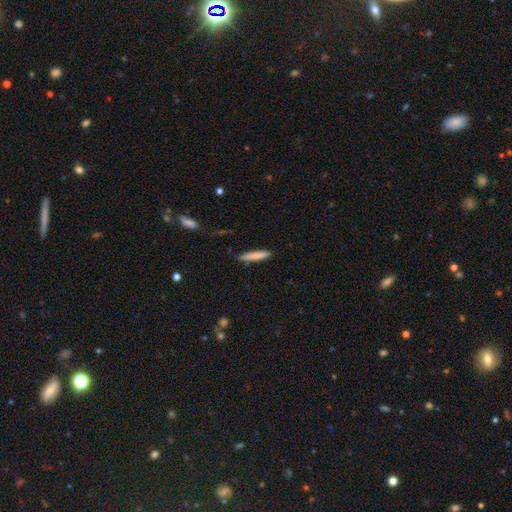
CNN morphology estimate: This appears to be a smooth galaxy with no disk features (82%) that is cigar-shaped (91%). Merging: none (85%).